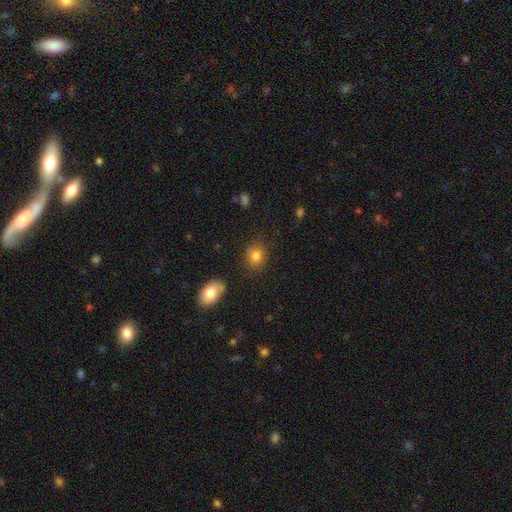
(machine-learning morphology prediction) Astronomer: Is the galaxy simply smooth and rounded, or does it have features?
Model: smooth — 82%.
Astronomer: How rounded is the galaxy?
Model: round — 54% (runner-up: in between, 45%).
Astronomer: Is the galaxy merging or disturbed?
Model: none — 79%.